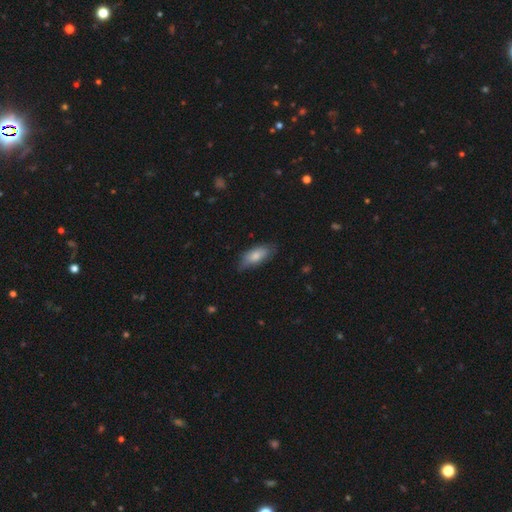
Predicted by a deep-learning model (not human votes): Morphology: type=smooth (78%); roundness=in between (82%); merging=none (74%).